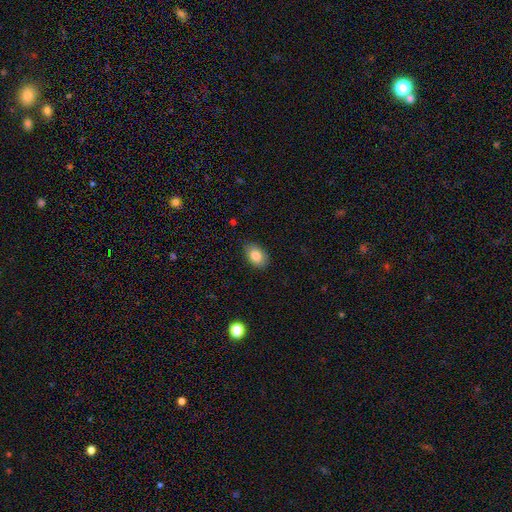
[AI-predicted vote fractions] This is clearly a smooth galaxy (84%). How rounded: clearly in between (84%). Merging: clearly none (82%).